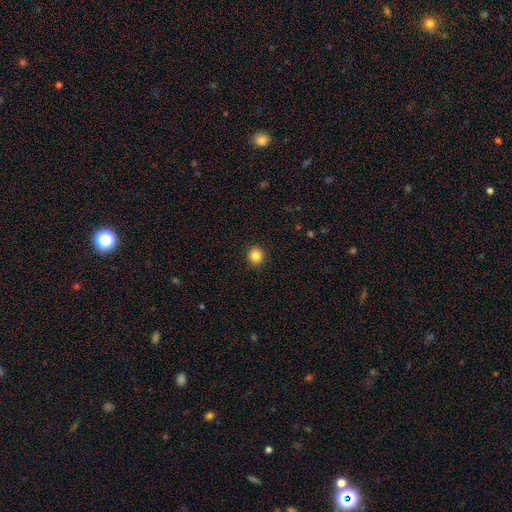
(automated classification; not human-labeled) This appears to be a smooth galaxy with no disk features (86%) that is round (88%). Merging: none (92%).